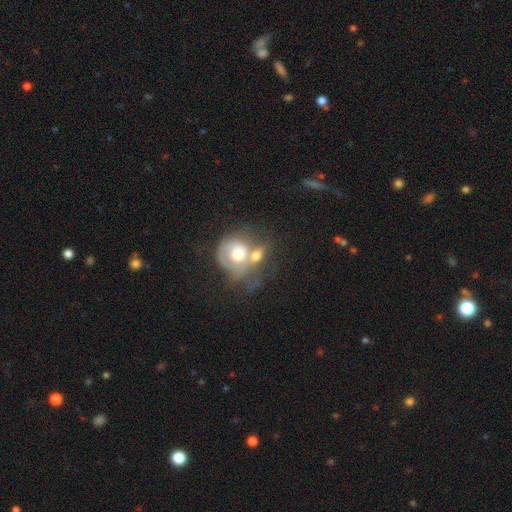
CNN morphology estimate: smooth-or-featured: smooth: 51% | featured or disk: 42% | star or artifact: 8%
  how-rounded: round: 62% | in between: 36% | cigar-shaped: 2%
  merging: merger: 63% | none: 16% | major disturbance: 12% | minor disturbance: 9%